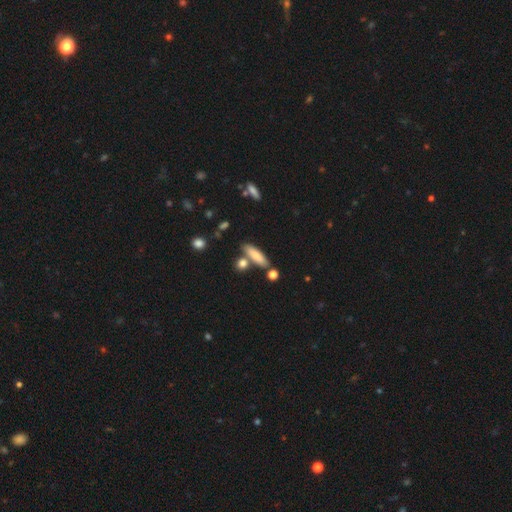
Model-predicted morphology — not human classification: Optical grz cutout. It shows a smooth galaxy with no disk features (79%) that is cigar-shaped (55%). Merging: none (71%).